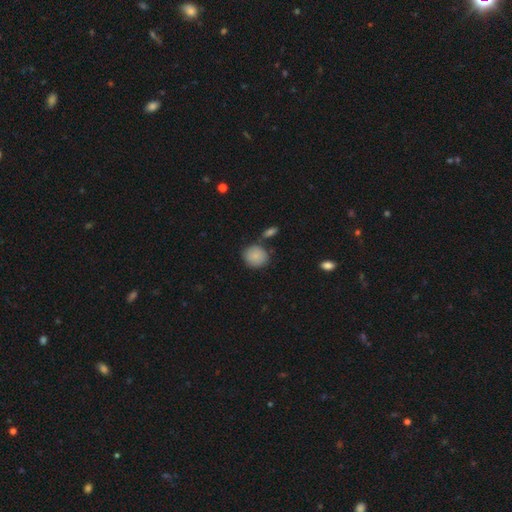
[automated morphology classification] A smooth galaxy with no disk features (85%) that is round (81%). Merging: none (71%).